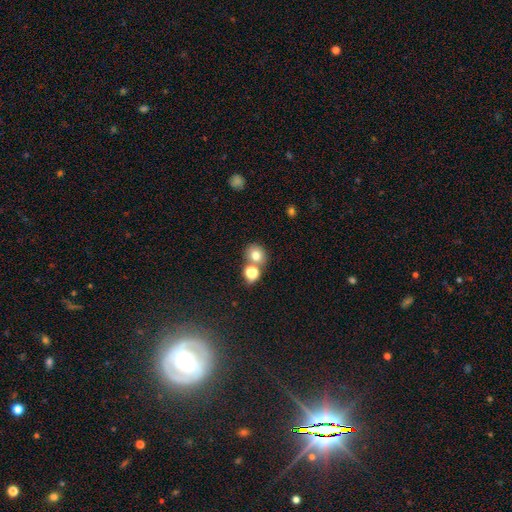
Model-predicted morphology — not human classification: A smooth galaxy with no disk features (76%) that is round (77%).

Vote fractions:
- Smooth or featured? smooth: 76% / star or artifact: 14% / featured or disk: 10%
- How rounded? round: 77% / in between: 22% / cigar-shaped: 1%
- Merging? none: 57% / merger: 31% / minor disturbance: 8% / major disturbance: 3%